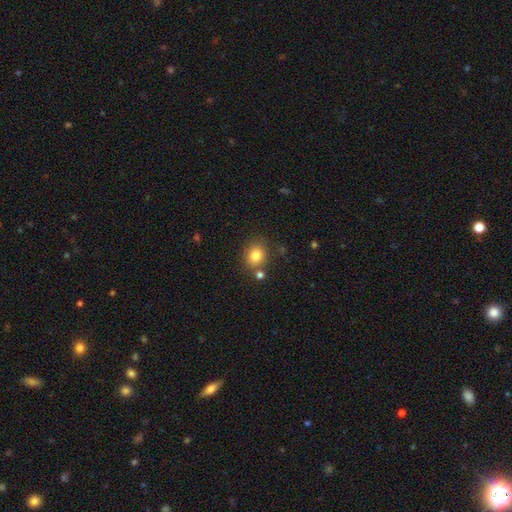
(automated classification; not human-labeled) The model was most divided on "how rounded": round: 69%, in between: 30%, cigar-shaped: 1%. More confident: smooth or featured — smooth (82%); merging — none (76%).